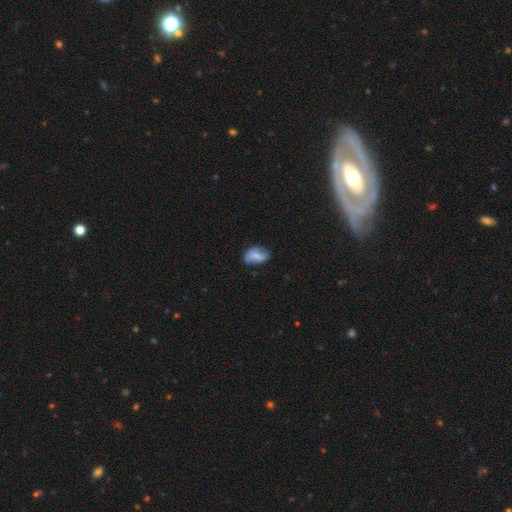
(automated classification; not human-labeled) This is likely a smooth galaxy (67%). How rounded: clearly in between (85%). Merging: possibly none (55%).